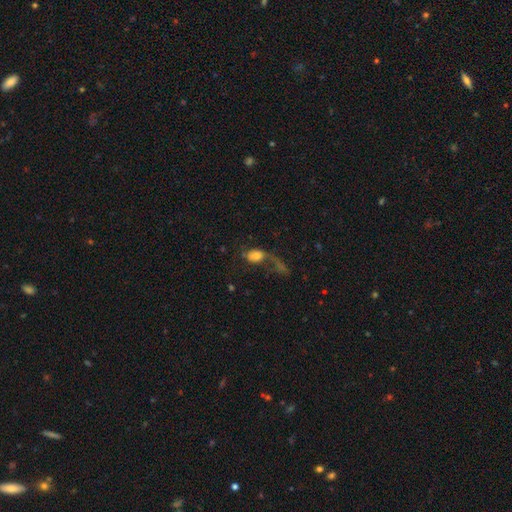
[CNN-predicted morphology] Overall: smooth (57%; featured or disk 32%). How rounded: in between (79%). Merging: major disturbance (50%; none 23%).